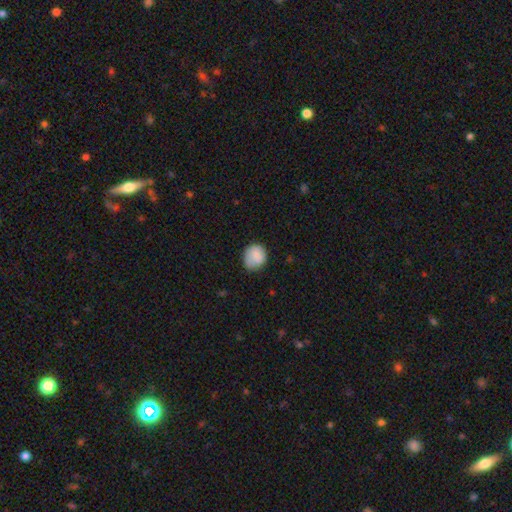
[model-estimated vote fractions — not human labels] Smooth or featured? Predicted: smooth (p=0.84). How rounded? Predicted: round (p=0.75). Merging? Predicted: none (p=0.65).